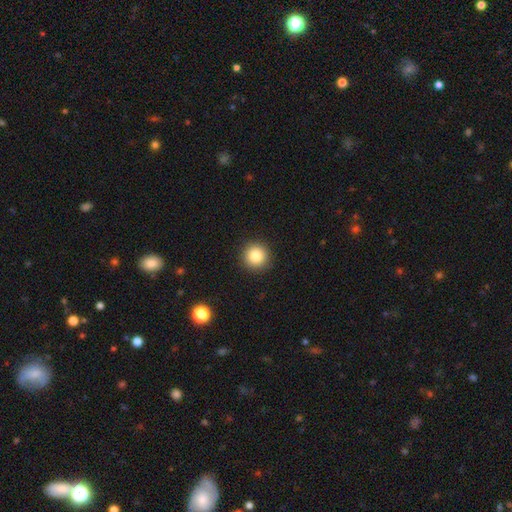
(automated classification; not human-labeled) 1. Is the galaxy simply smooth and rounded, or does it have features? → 83% smooth, 10% star or artifact, 6% featured or disk.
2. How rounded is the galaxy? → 95% round, 4% in between, 1% cigar-shaped.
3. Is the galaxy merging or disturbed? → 93% none, 5% minor disturbance, 2% major disturbance, 1% merger.